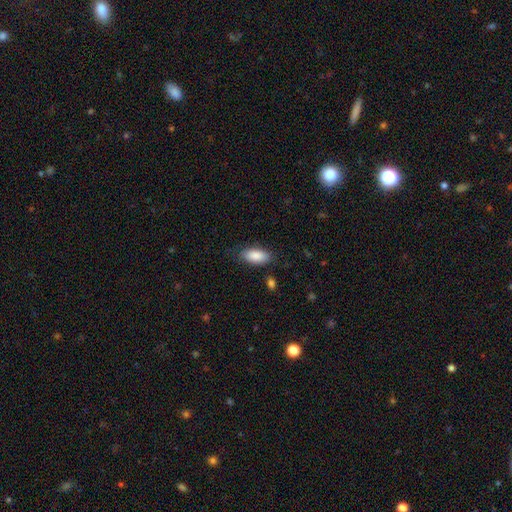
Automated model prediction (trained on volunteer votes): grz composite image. It shows a smooth galaxy with no disk features (87%) that is in between round and cigar-shaped (88%). Merging: none (80%).